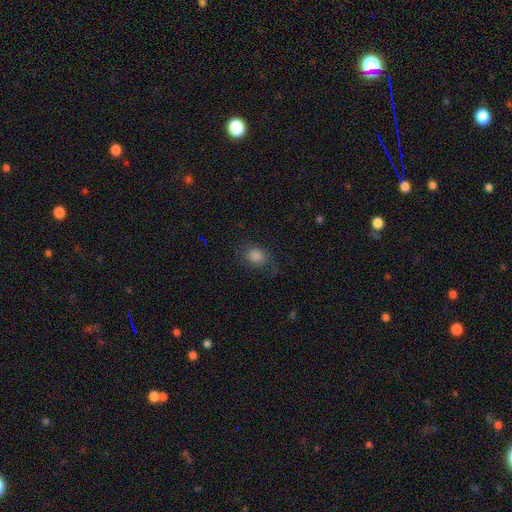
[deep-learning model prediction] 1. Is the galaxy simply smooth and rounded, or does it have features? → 77% smooth, 14% star or artifact, 9% featured or disk.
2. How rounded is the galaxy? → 61% in between, 37% round, 2% cigar-shaped.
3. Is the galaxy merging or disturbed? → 72% none, 18% minor disturbance, 8% major disturbance, 1% merger.